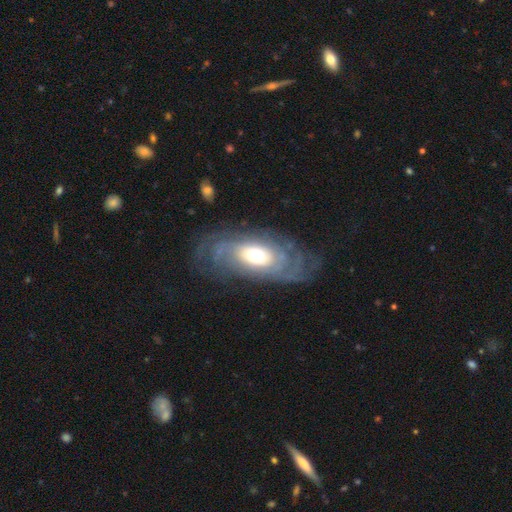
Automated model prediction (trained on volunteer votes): smooth-or-featured: featured or disk: 75% | smooth: 19% | star or artifact: 6%
  disk-edge-on: no: 90% | yes: 10%
    bar: no: 78% | weak: 16% | strong: 6%
    has-spiral-arms: yes: 78% | no: 22%
      spiral-winding: tight: 63% | medium: 25% | loose: 12%
      spiral-arm-count: can't tell: 54% | 2: 16% | 3: 9% | more than 4: 8% | 4: 7% | 1: 5%
    bulge-size: moderate: 59% | large: 27% | small: 10% | dominant: 3% | none: 1%
  merging: none: 69% | minor disturbance: 17% | major disturbance: 12% | merger: 2%